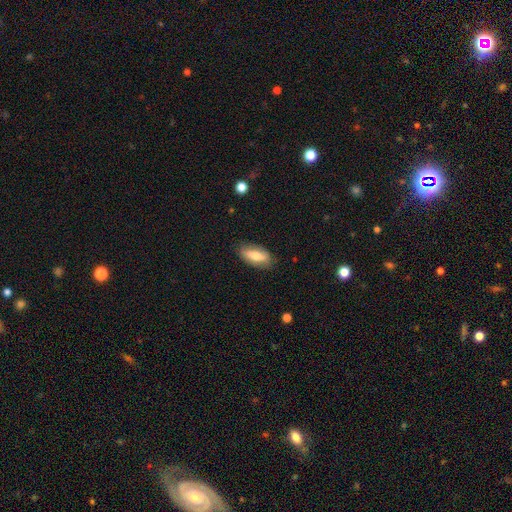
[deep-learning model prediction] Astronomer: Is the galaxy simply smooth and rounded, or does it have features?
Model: smooth — 62%.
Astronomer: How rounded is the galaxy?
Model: in between — 83%.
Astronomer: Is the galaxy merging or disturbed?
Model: none — 81%.